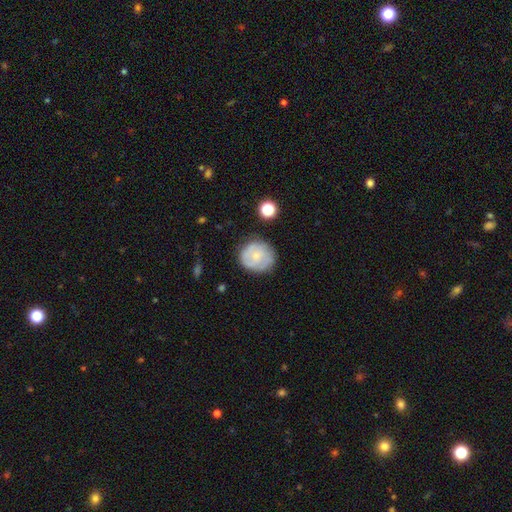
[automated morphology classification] A smooth galaxy with no disk features (51%) that is round (87%). Merging: none (74%).